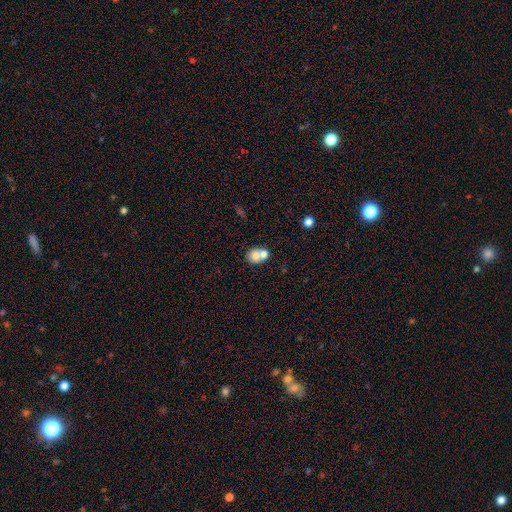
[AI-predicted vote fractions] Q: Smooth or featured?
A: smooth (72%); runner-up: featured or disk (18%)
Q: How rounded?
A: round (64%); runner-up: in between (35%)
Q: Merging?
A: merger (55%); runner-up: none (34%)